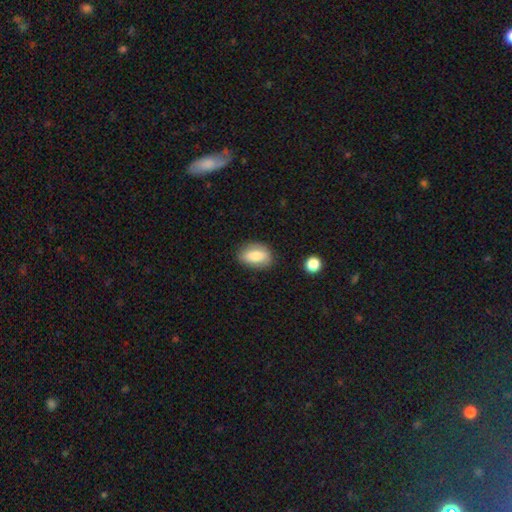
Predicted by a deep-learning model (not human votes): Overall: smooth (79%). How rounded: in between (87%). Merging: none (81%).